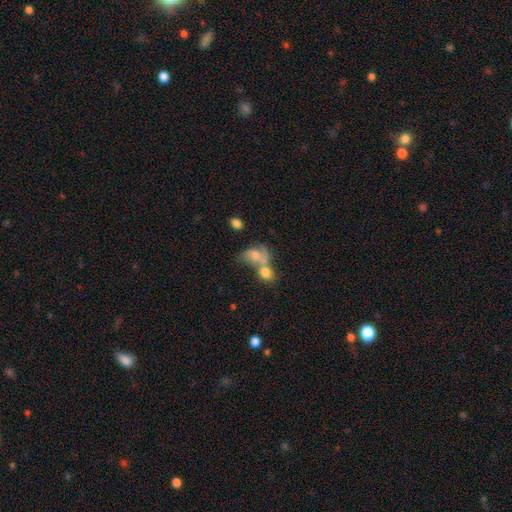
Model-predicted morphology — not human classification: Overall: smooth (49%; featured or disk 41%). Merging: merger (56%; none 21%).